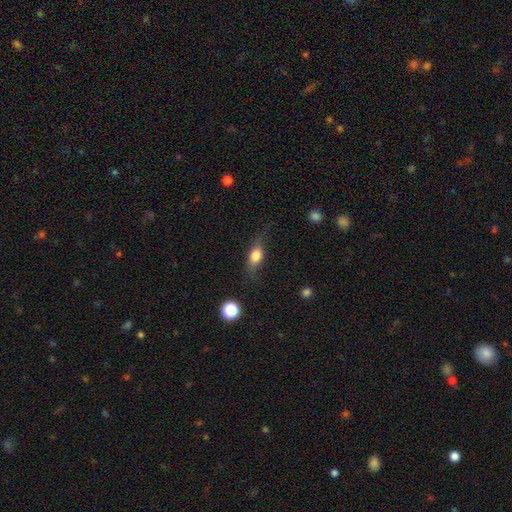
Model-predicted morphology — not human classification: Smooth or featured?
  - smooth: 64% *
  - featured or disk: 27%
  - star or artifact: 9%
How rounded?
  - in between: 65% *
  - cigar-shaped: 19%
  - round: 16%
Merging?
  - none: 61% *
  - minor disturbance: 25%
  - major disturbance: 12%
  - merger: 2%